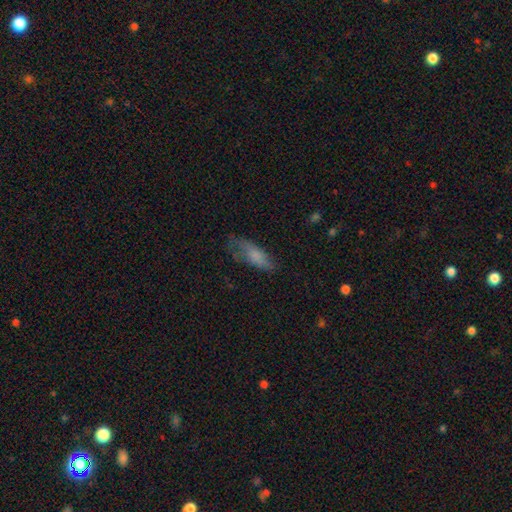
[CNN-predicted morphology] Smooth or featured? smooth (69%)
How rounded? in between (63%)
Merging? none (48%)